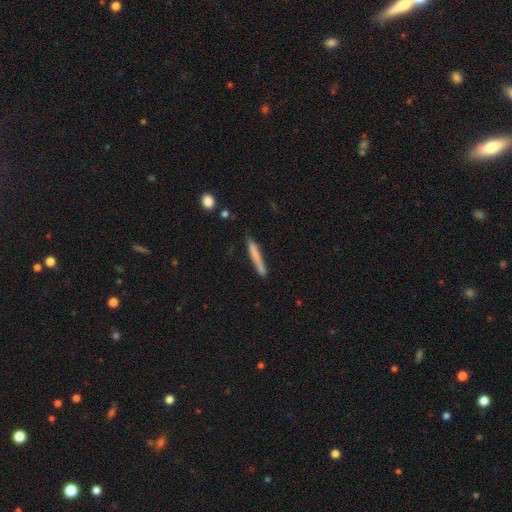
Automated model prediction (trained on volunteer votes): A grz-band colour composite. It shows a smooth galaxy with no disk features (71%) that is cigar-shaped (96%). Merging: none (80%).